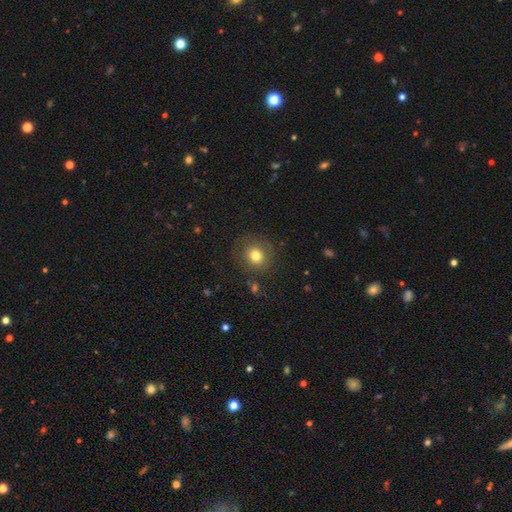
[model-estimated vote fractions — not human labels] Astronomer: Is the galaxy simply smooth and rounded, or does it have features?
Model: smooth — 76%.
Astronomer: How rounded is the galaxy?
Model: round — 86%.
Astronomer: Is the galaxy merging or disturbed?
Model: none — 82%.